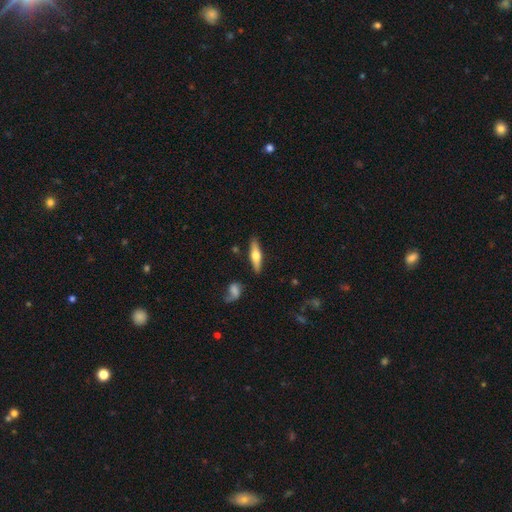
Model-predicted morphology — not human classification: smooth_or_featured: featured or disk (p=0.49) [alt: smooth p=0.45]
merging: none (p=0.86) [alt: minor disturbance p=0.09]